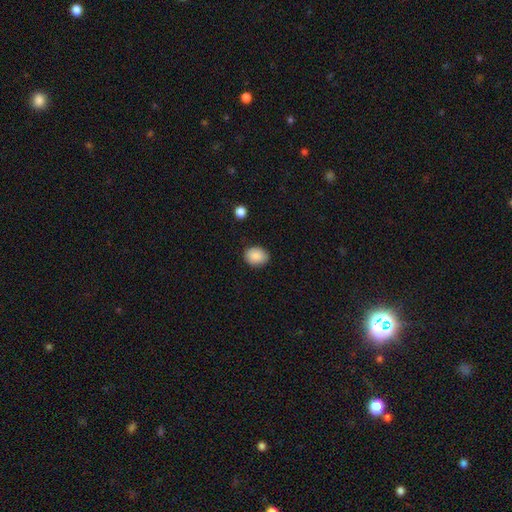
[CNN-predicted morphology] A smooth galaxy with no disk features (88%) that is round (50%).

Vote fractions:
- Smooth or featured? smooth: 88% / star or artifact: 8% / featured or disk: 4%
- How rounded? round: 50% / in between: 49% / cigar-shaped: 1%
- Merging? none: 84% / minor disturbance: 12% / major disturbance: 2% / merger: 1%